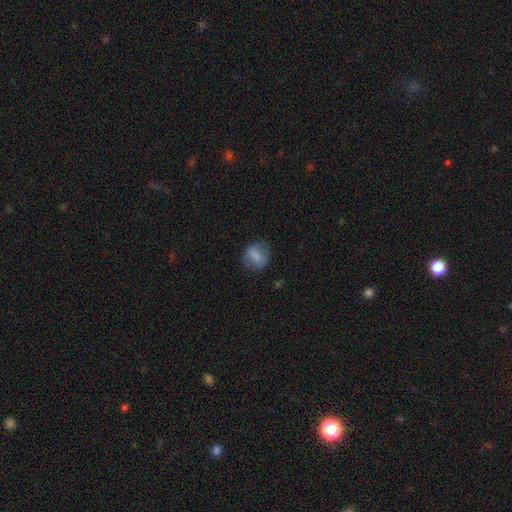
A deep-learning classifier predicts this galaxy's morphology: Q: Smooth or featured?
A: smooth (72%); runner-up: featured or disk (20%)
Q: How rounded?
A: round (56%); runner-up: in between (43%)
Q: Merging?
A: none (69%); runner-up: minor disturbance (20%)